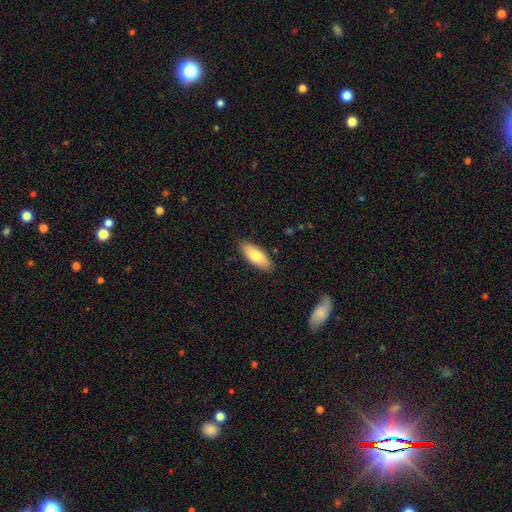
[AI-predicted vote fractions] Smooth or featured: smooth — 78% (featured or disk — 17%)
How rounded: in between — 78% (cigar-shaped — 20%)
Merging: none — 88% (minor disturbance — 9%)